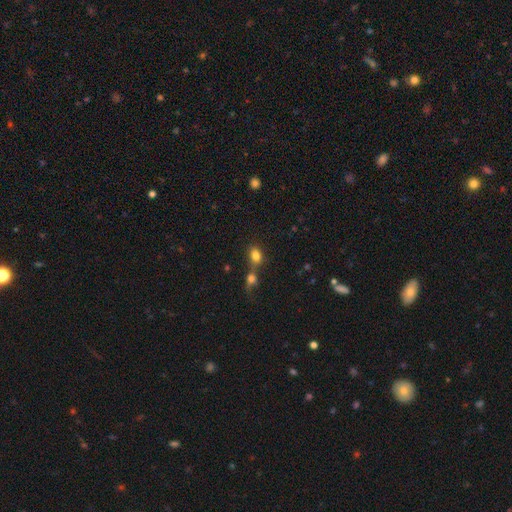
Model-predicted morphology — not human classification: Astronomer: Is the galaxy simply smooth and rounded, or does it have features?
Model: smooth — 81%.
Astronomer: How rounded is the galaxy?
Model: in between — 68%.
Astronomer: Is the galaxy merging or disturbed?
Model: merger — 46% (runner-up: none, 40%).